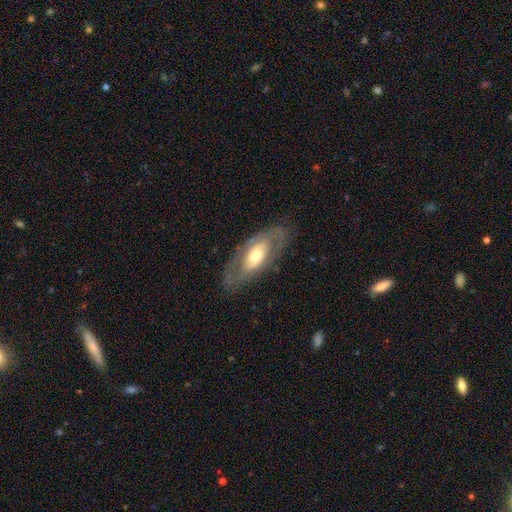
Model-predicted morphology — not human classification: A featured or disk galaxy (61%) with no bar (73%), no spiral arms (63%) and a moderate central bulge (60%).

Vote fractions:
- Smooth or featured? featured or disk: 61% / smooth: 33% / star or artifact: 6%
- Edge-on disk? no: 84% / yes: 16%
- Bar? no: 73% / weak: 18% / strong: 9%
- Spiral arms? no: 63% / yes: 37%
- Bulge size? moderate: 60% / small: 22% / large: 15% / dominant: 2% / none: 1%
- Merging? none: 78% / minor disturbance: 13% / major disturbance: 7% / merger: 1%